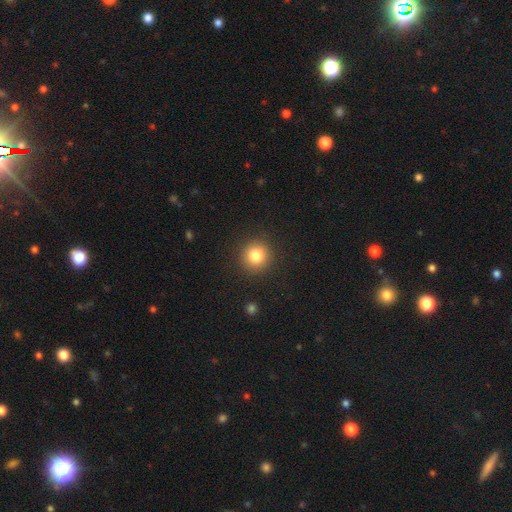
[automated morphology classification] This is clearly a smooth galaxy (82%). How rounded: clearly round (93%). Merging: clearly none (91%).